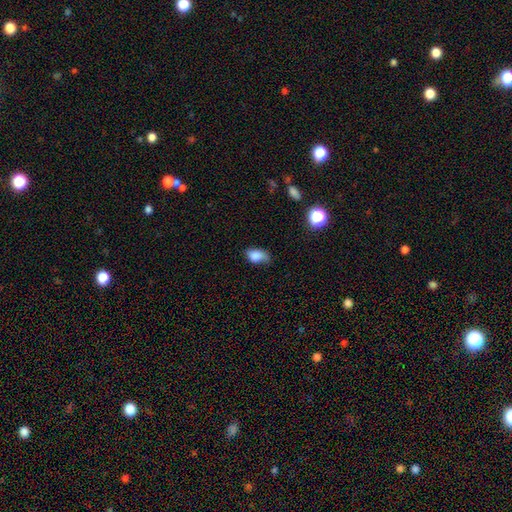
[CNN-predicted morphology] smooth_or_featured: smooth (p=0.83) [alt: star or artifact p=0.09]
how_rounded: in between (p=0.88) [alt: round p=0.10]
merging: none (p=0.50) [alt: minor disturbance p=0.37]